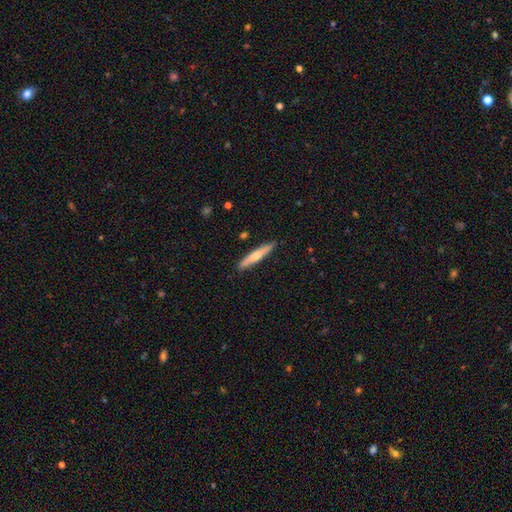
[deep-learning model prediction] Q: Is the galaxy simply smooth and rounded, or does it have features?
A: smooth — 59%.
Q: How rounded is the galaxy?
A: cigar-shaped — 93%.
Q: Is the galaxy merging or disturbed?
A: none — 89%.